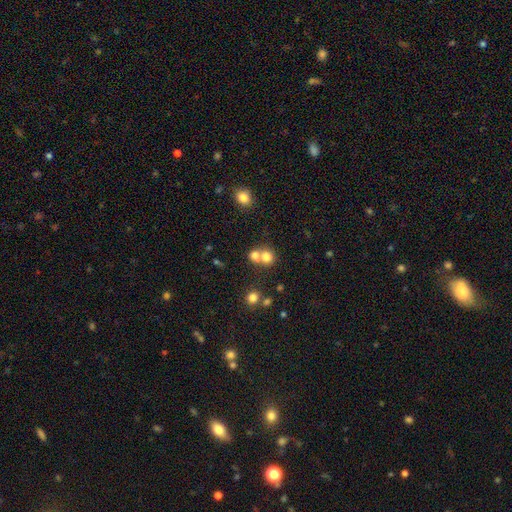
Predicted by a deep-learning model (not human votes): Smooth or featured? Predicted: smooth (p=0.74). How rounded? Predicted: round (p=0.81). Merging? Predicted: merger (p=0.54).